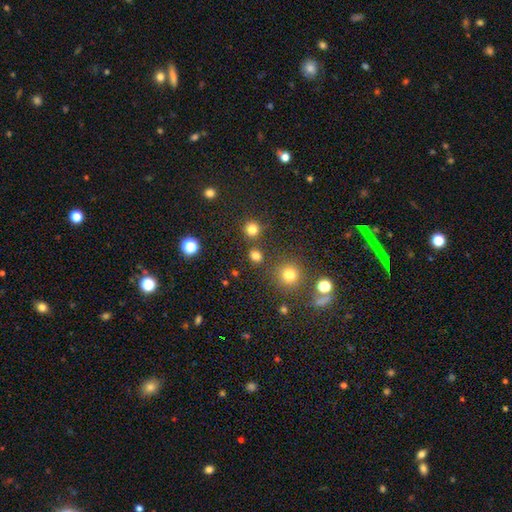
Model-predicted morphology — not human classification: Smooth or featured?
  - smooth: 76% *
  - star or artifact: 19%
  - featured or disk: 4%
How rounded?
  - round: 86% *
  - in between: 13%
  - cigar-shaped: 1%
Merging?
  - none: 82% *
  - merger: 8%
  - minor disturbance: 7%
  - major disturbance: 3%